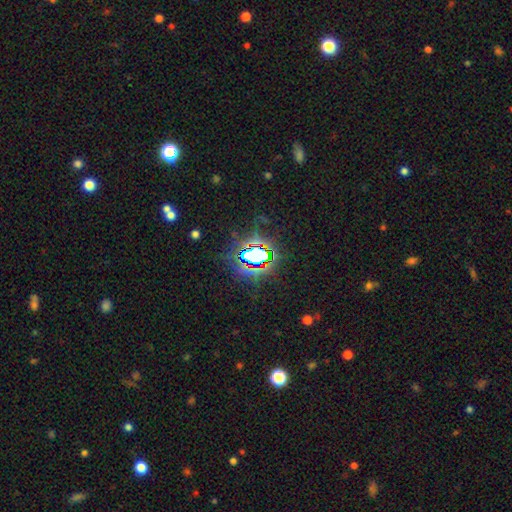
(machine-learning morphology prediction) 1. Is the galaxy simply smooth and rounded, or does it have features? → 73% star or artifact, 16% smooth, 12% featured or disk.